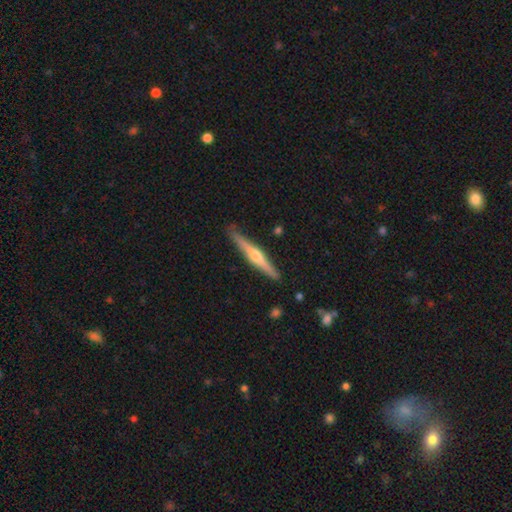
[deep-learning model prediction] Smooth or featured?
  - featured or disk: 73% *
  - smooth: 22%
  - star or artifact: 5%
Edge-on disk?
  - yes: 98% *
  - no: 2%
Edge-on bulge?
  - rounded: 90% *
  - none: 6%
  - boxy: 4%
Merging?
  - none: 89% *
  - minor disturbance: 8%
  - major disturbance: 1%
  - merger: 1%